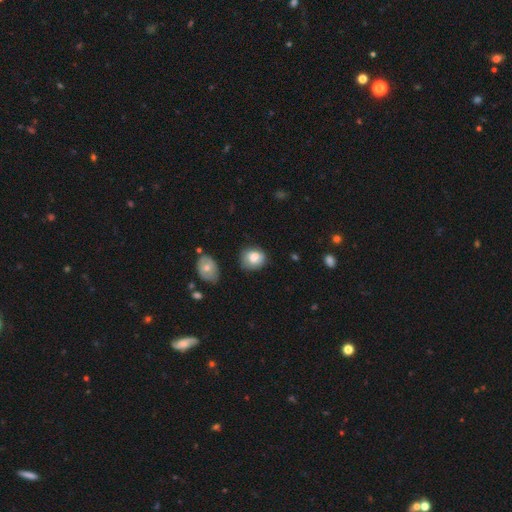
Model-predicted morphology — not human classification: Smooth or featured? Predicted: smooth (p=0.74). How rounded? Predicted: round (p=0.69). Merging? Predicted: none (p=0.62).